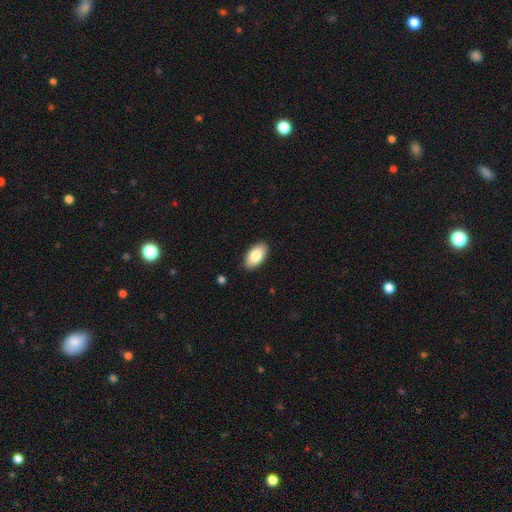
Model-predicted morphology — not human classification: smooth 85%, featured or disk 9%, star or artifact 6%. Down the decision tree: how rounded — in between (95%); merging — none (89%).